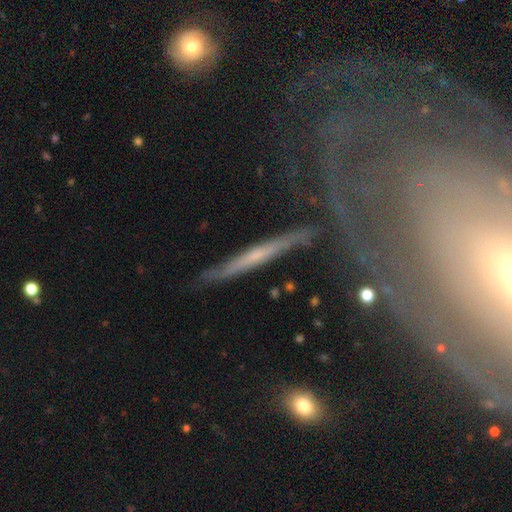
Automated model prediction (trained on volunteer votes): Smooth or featured: featured or disk — 62% (smooth — 31%)
Edge-on disk: yes — 89% (no — 11%)
Edge-on bulge: none — 72% (rounded — 21%)
Merging: none — 78% (minor disturbance — 15%)